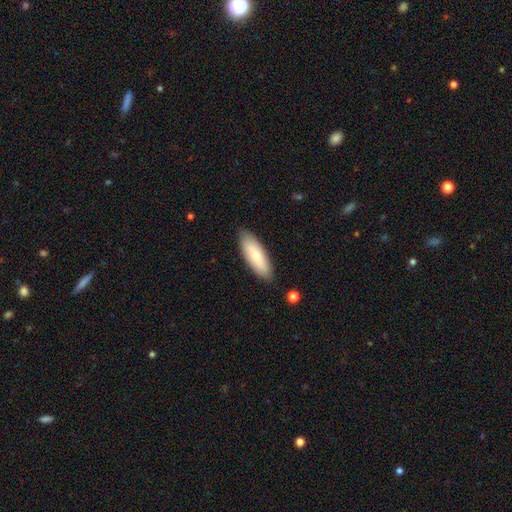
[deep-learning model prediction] Smooth or featured? smooth (70%)
How rounded? in between (67%)
Merging? none (85%)